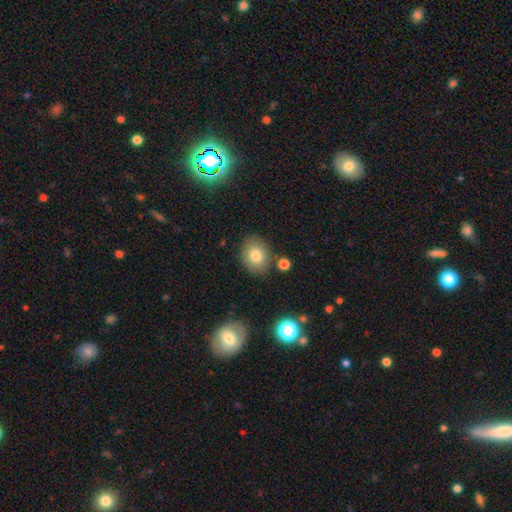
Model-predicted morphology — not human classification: Overall: smooth (81%). How rounded: round (54%; in between 45%). Merging: none (81%).